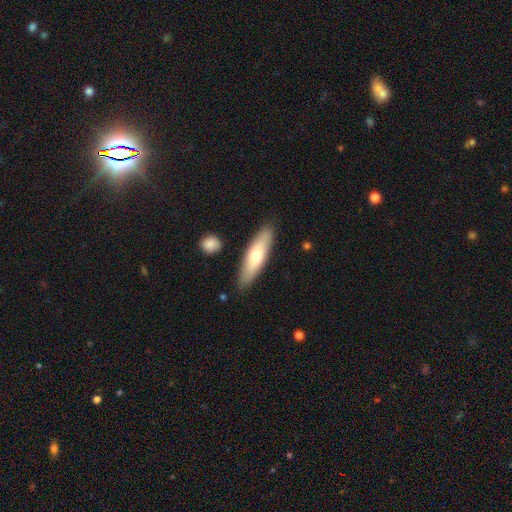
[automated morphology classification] Smooth or featured? Predicted: smooth (p=0.66). How rounded? Predicted: cigar-shaped (p=0.67). Merging? Predicted: none (p=0.86).